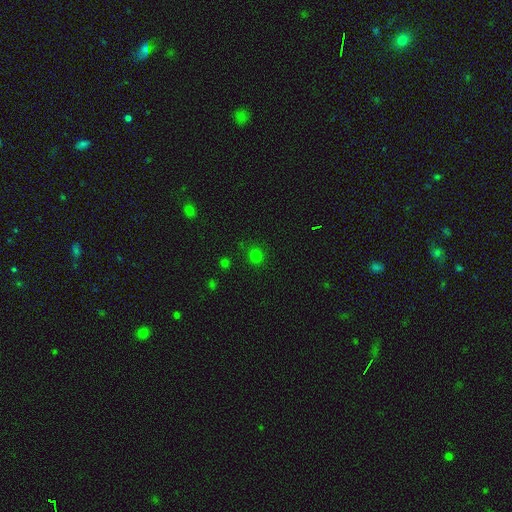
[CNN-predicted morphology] A smooth galaxy with no disk features (74%) that is round (88%).

Vote fractions:
- Smooth or featured? smooth: 74% / star or artifact: 21% / featured or disk: 4%
- How rounded? round: 88% / in between: 11% / cigar-shaped: 1%
- Merging? none: 86% / minor disturbance: 9% / major disturbance: 3% / merger: 2%